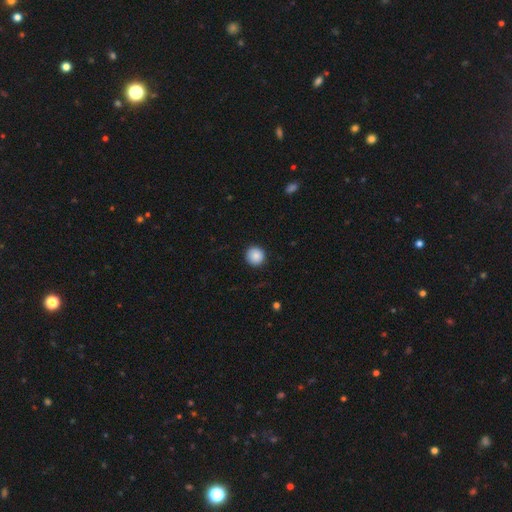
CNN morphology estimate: smooth 88%, star or artifact 8%, featured or disk 4%. Down the decision tree: how rounded — round (94%); merging — none (92%).